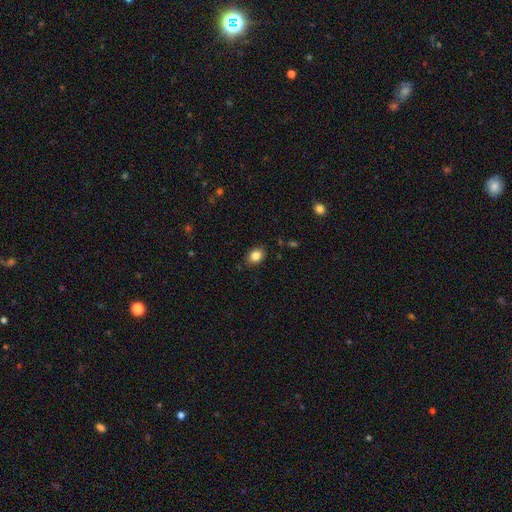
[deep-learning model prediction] A smooth galaxy with no disk features (84%) that is in between round and cigar-shaped (61%). Merging: none (85%).